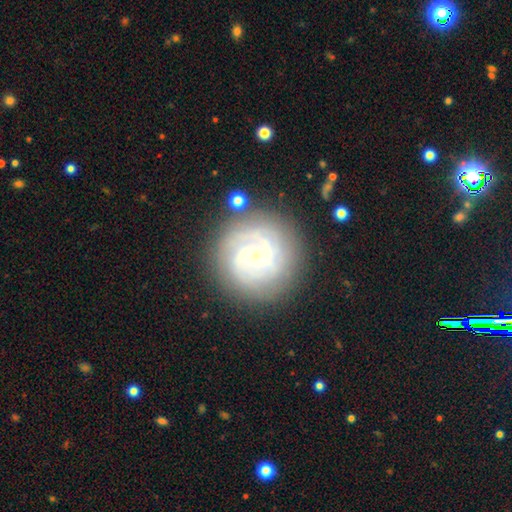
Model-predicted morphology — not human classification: type=featured or disk (77%); edge-on=no (98%); bar=no (72%); spiral arms=yes (93%); winding=tight (74%); arm count=can't tell (29%); bulge=small (73%); merging=none (81%).